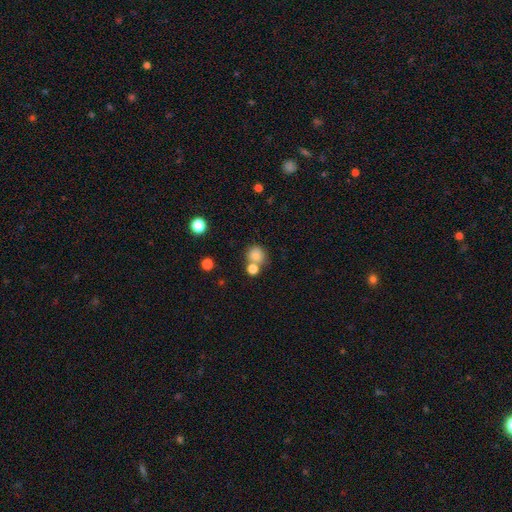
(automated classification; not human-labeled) Smooth or featured? smooth (81%)
How rounded? round (87%)
Merging? none (57%)